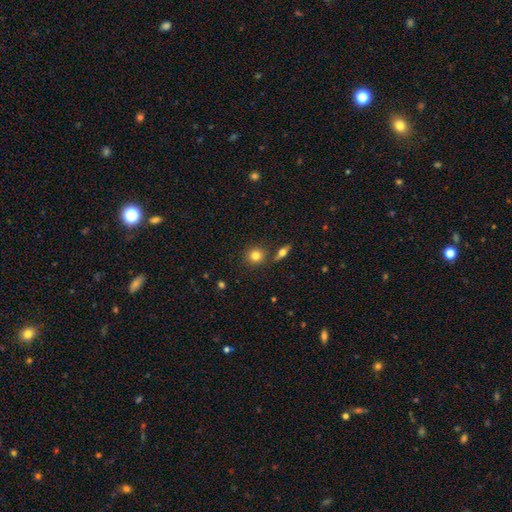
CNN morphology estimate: The model was most divided on "merging": none: 77%, merger: 12%, minor disturbance: 9%, major disturbance: 3%. More confident: how rounded — round (86%); smooth or featured — smooth (80%).